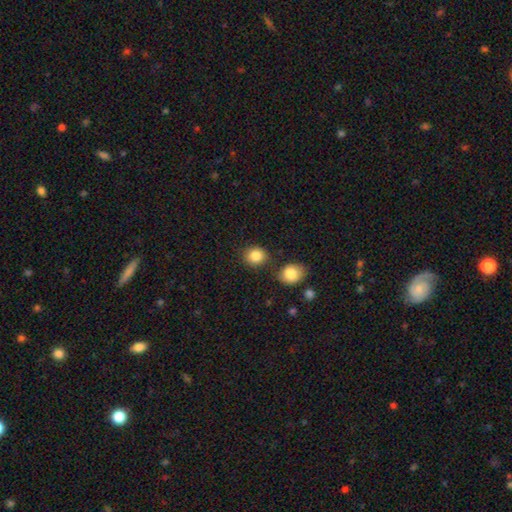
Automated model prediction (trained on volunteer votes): Smooth or featured? Predicted: smooth (p=0.85). How rounded? Predicted: round (p=0.76). Merging? Predicted: none (p=0.78).